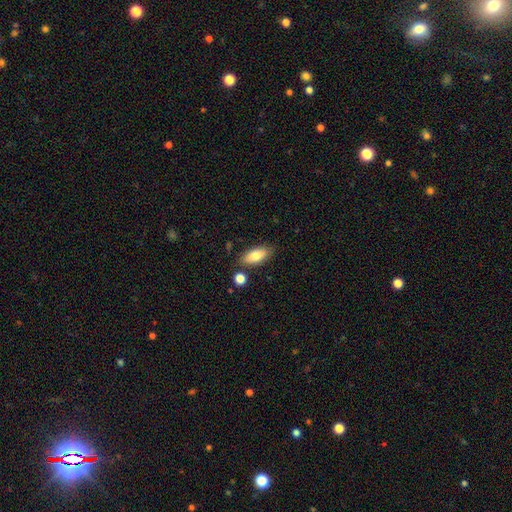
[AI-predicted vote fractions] Smooth or featured?
  - smooth: 78% *
  - featured or disk: 15%
  - star or artifact: 7%
How rounded?
  - in between: 88% *
  - cigar-shaped: 9%
  - round: 3%
Merging?
  - none: 80% *
  - minor disturbance: 12%
  - merger: 5%
  - major disturbance: 3%